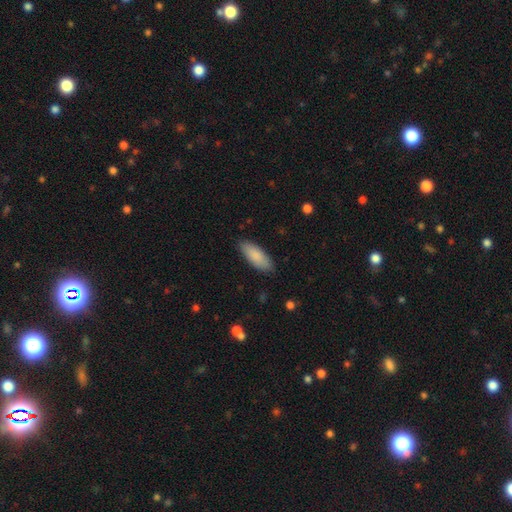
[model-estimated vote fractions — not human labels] This is clearly a smooth galaxy (87%). How rounded: likely in between (73%). Merging: clearly none (86%).